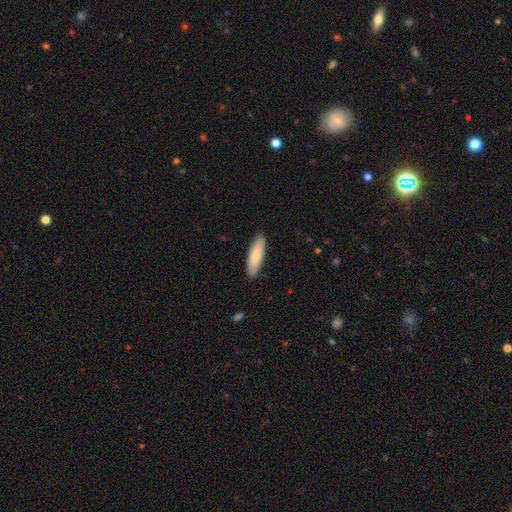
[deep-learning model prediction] Overall: smooth (80%). How rounded: cigar-shaped (56%; in between 42%). Merging: none (89%).